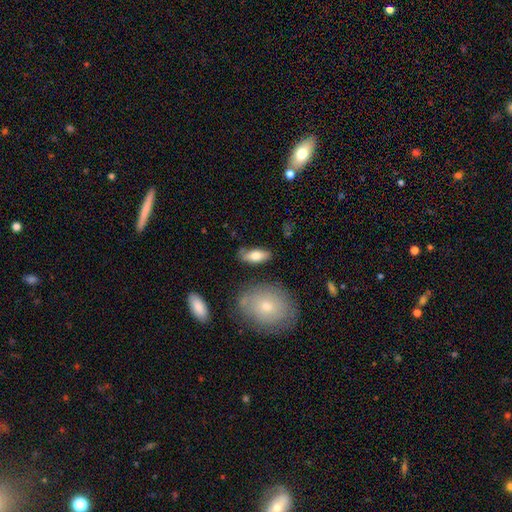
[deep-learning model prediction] This appears to be a smooth galaxy with no disk features (69%) that is in between round and cigar-shaped (76%). Merging: none (77%).